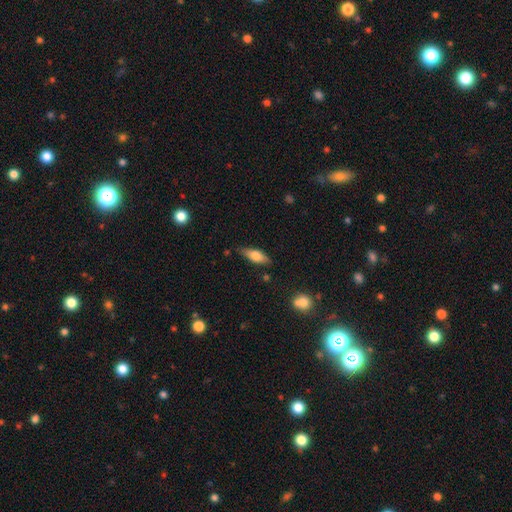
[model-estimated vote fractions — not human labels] A smooth galaxy with no disk features (61%) that is in between round and cigar-shaped (62%). Merging: none (78%).